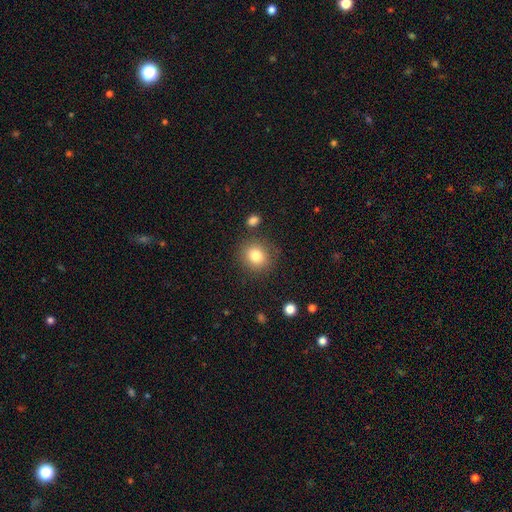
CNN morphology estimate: smooth-or-featured: smooth: 81% | star or artifact: 10% | featured or disk: 8%
  how-rounded: round: 81% | in between: 18% | cigar-shaped: 1%
  merging: none: 82% | minor disturbance: 10% | merger: 4% | major disturbance: 4%